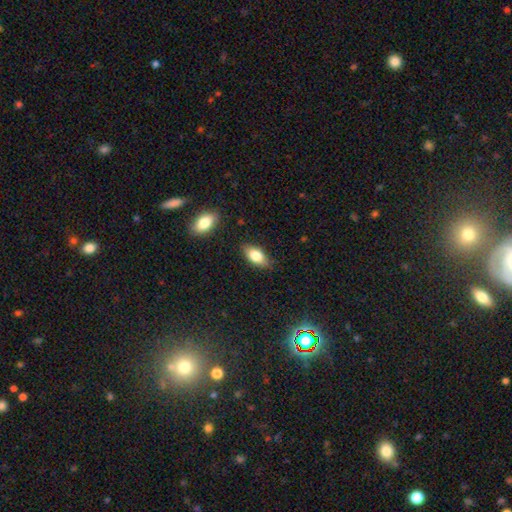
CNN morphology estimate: Overall: smooth (79%). How rounded: in between (89%). Merging: none (82%).